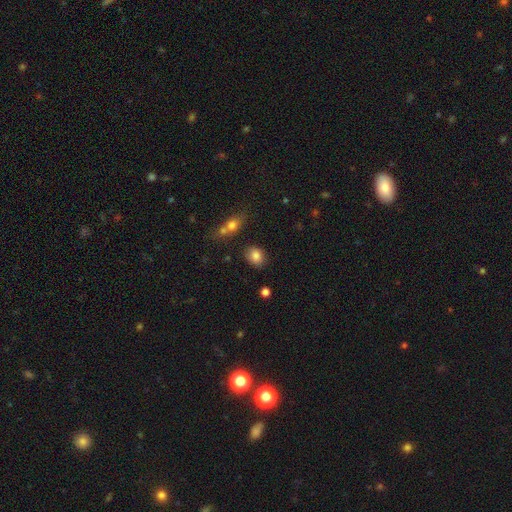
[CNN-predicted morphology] A smooth galaxy with no disk features (84%) that is in between round and cigar-shaped (50%). Merging: none (79%).